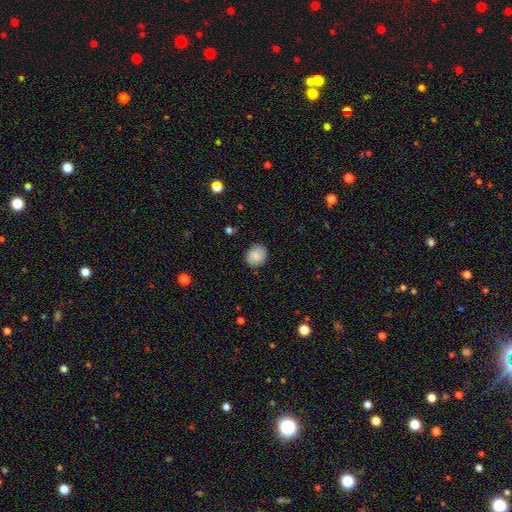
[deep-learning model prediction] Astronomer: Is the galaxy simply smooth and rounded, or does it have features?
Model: smooth — 85%.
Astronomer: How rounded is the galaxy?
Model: round — 78%.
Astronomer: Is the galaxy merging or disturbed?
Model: none — 87%.